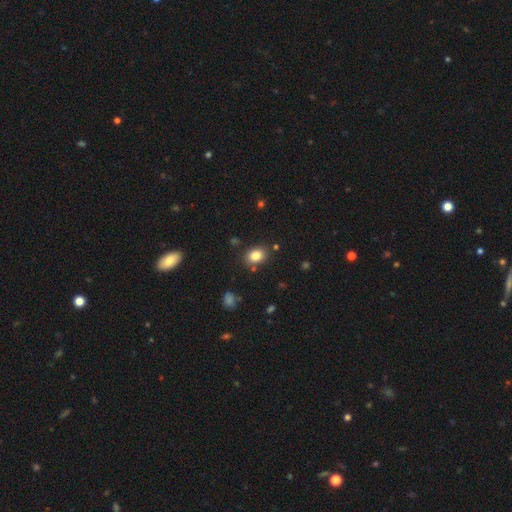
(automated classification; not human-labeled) Smooth or featured? Predicted: smooth (p=0.83). How rounded? Predicted: in between (p=0.60). Merging? Predicted: none (p=0.82).